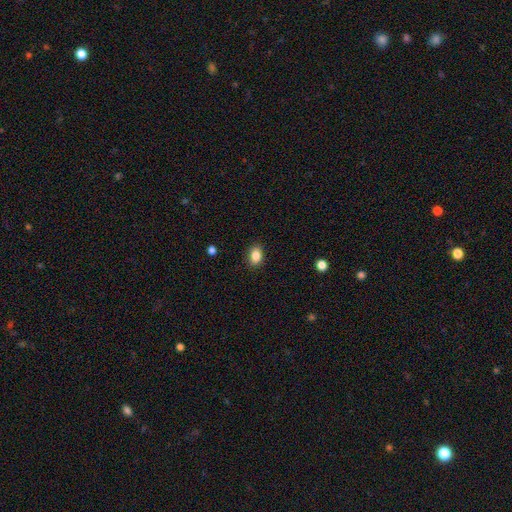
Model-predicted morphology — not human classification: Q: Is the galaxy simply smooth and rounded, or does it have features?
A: smooth — 86%.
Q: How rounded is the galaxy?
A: in between — 80%.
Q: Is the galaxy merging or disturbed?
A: none — 88%.